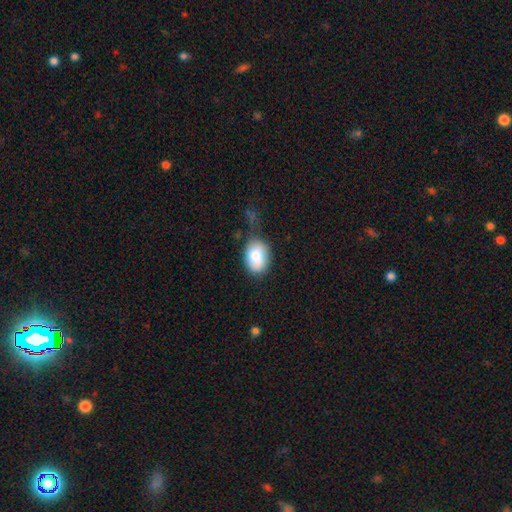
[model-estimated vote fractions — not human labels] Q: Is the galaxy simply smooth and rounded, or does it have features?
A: smooth — 78%.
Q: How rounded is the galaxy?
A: in between — 73%.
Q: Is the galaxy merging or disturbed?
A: none — 62%.